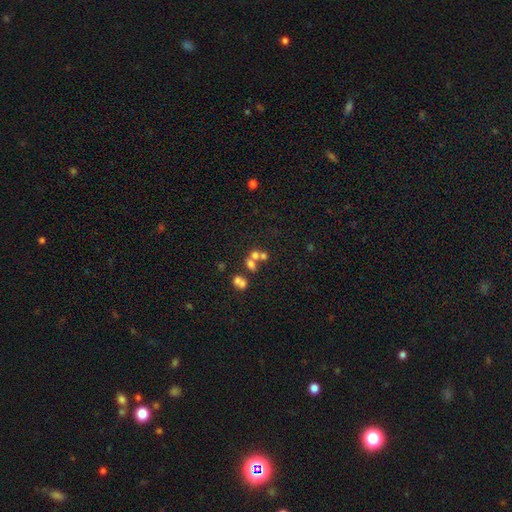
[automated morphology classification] This is possibly a smooth galaxy (56%). How rounded: likely round (68%). Merging: possibly merger (50%).